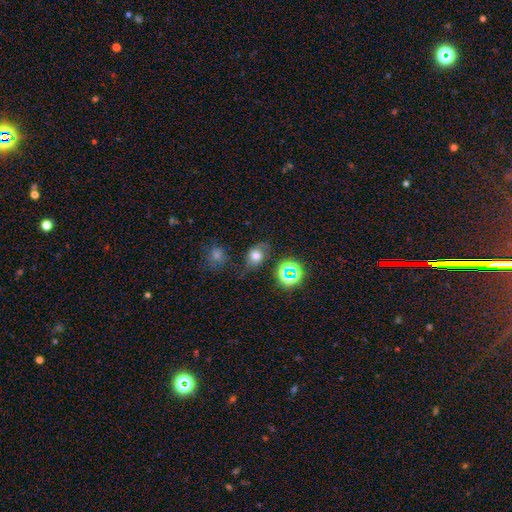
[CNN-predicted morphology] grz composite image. It shows a smooth galaxy with no disk features (63%) that is in between round and cigar-shaped (59%). Merging: none (61%).